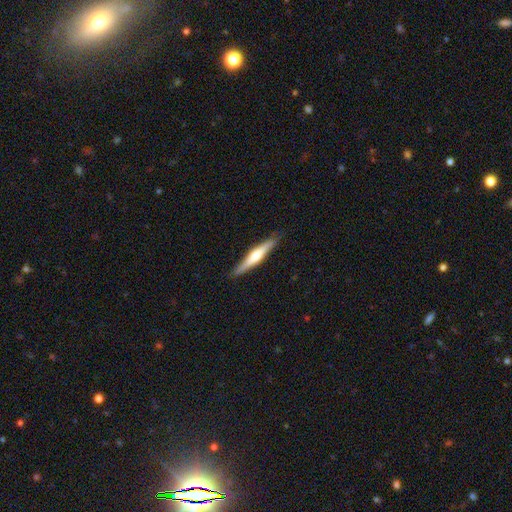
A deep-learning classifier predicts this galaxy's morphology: featured or disk 56%, smooth 39%, star or artifact 5%. Down the decision tree: edge-on disk — yes (96%); edge-on bulge — rounded (81%); merging — none (88%).